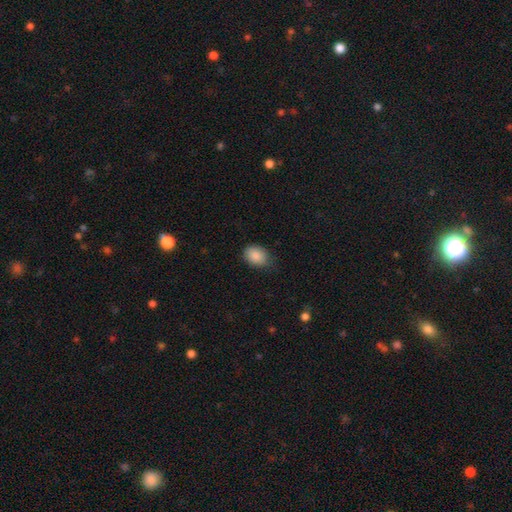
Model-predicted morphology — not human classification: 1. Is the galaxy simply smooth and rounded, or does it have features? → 88% smooth, 8% star or artifact, 4% featured or disk.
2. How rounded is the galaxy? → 69% in between, 30% round, 1% cigar-shaped.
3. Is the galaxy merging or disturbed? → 74% none, 21% minor disturbance, 4% major disturbance, 1% merger.